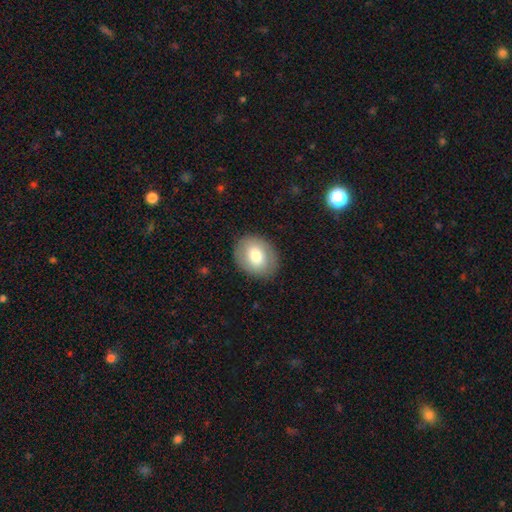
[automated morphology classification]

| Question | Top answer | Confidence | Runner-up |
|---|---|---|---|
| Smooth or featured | smooth | 74% | featured or disk (19%) |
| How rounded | in between | 62% | round (37%) |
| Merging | none | 86% | minor disturbance (10%) |